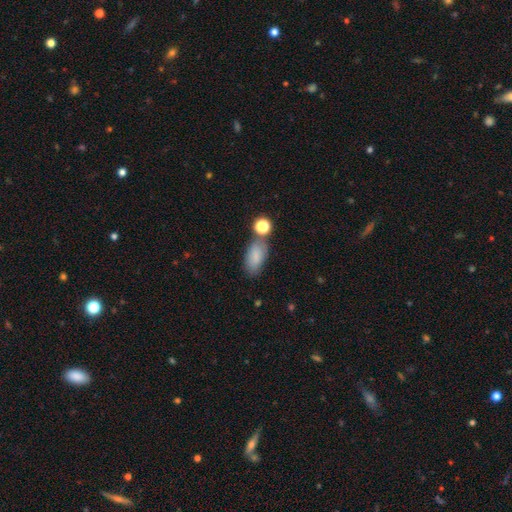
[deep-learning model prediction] Overall: smooth (81%). How rounded: in between (88%). Merging: none (61%).